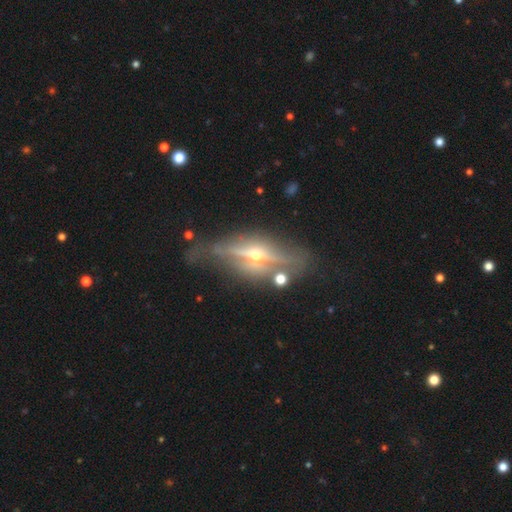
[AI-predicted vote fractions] featured or disk 80%, smooth 12%, star or artifact 8%. Down the decision tree: edge-on disk — yes (85%); edge-on bulge — rounded (94%); merging — none (65%).